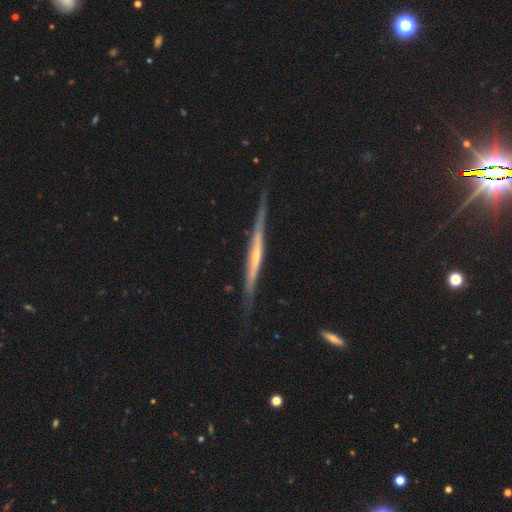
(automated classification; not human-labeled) Overall: featured or disk (78%). Edge-on disk: yes (97%). Edge-on bulge: none (51%; rounded 36%). Merging: none (79%).